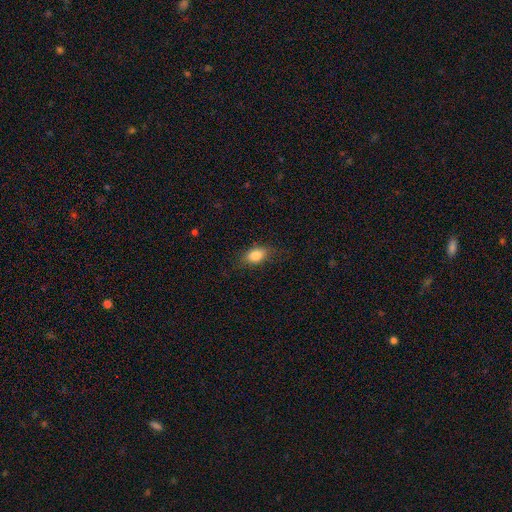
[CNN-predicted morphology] Smooth or featured? smooth (82%)
How rounded? in between (81%)
Merging? none (78%)